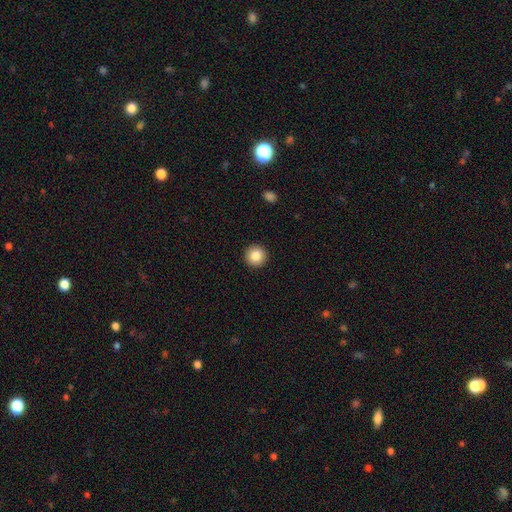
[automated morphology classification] A smooth galaxy with no disk features (85%) that is round (96%). Merging: none (93%).